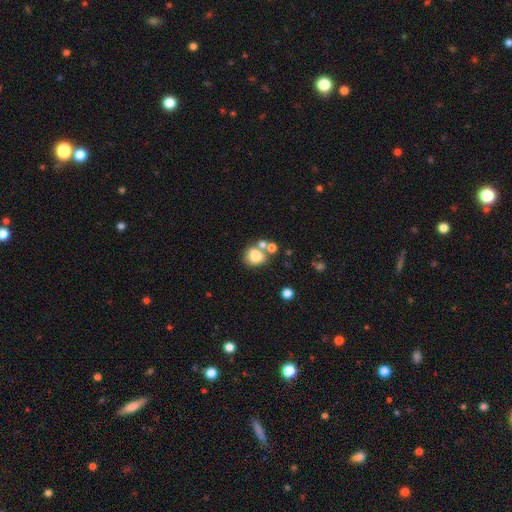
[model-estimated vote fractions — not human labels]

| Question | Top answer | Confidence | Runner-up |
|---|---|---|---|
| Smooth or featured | smooth | 78% | featured or disk (11%) |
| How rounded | round | 68% | in between (31%) |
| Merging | none | 46% | merger (35%) |